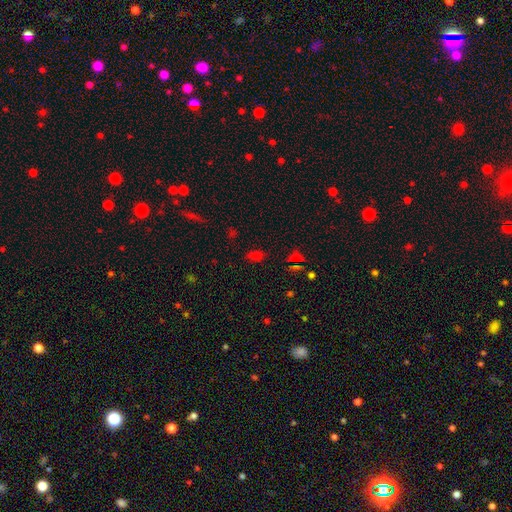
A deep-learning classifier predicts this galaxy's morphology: Smooth or featured: smooth — 62% (star or artifact — 32%)
How rounded: in between — 86% (round — 8%)
Merging: none — 79% (minor disturbance — 13%)